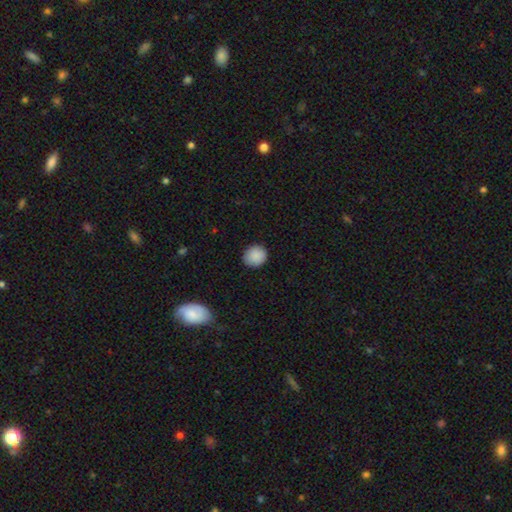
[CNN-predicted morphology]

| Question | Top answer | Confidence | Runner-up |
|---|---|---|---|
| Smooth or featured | smooth | 88% | star or artifact (8%) |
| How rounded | round | 84% | in between (15%) |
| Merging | none | 88% | minor disturbance (9%) |